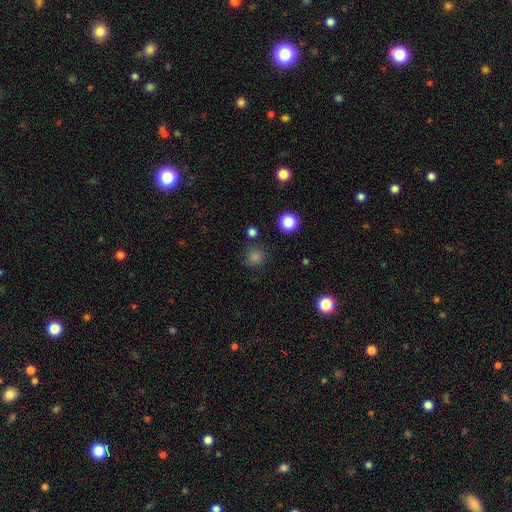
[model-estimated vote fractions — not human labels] This appears to be a smooth galaxy with no disk features (73%) that is round (92%). Merging: none (85%).